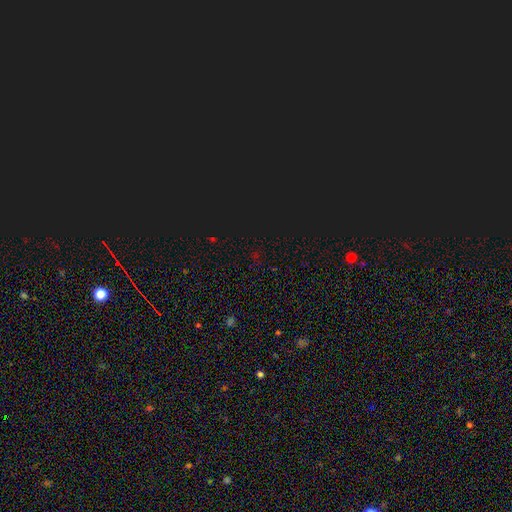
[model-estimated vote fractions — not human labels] A star or artifact, not a galaxy (75%).